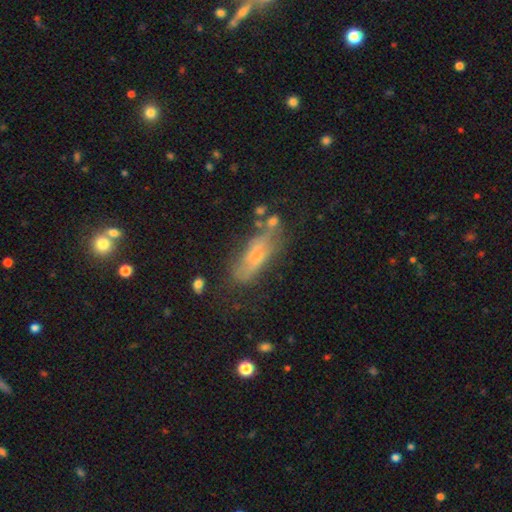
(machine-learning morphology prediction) This is possibly a smooth galaxy (47%). Merging: possibly none (47%).